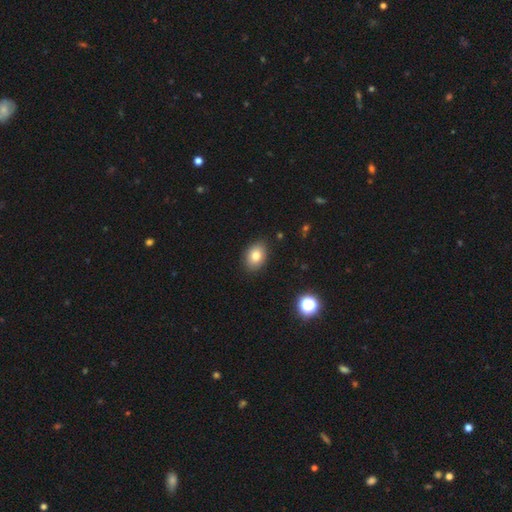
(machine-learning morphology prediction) This appears to be a smooth galaxy with no disk features (81%) that is in between round and cigar-shaped (76%). Merging: none (87%).